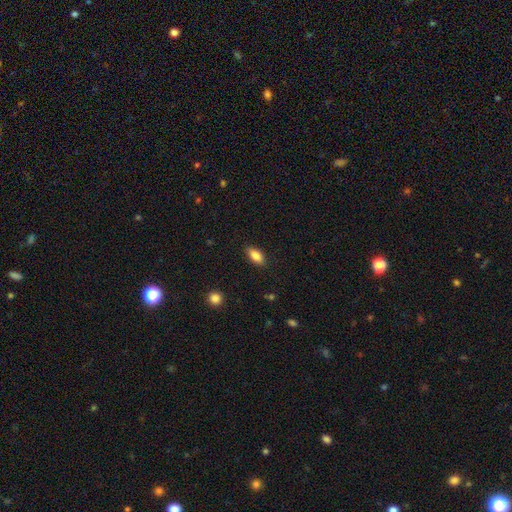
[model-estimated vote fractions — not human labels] The model was most divided on "smooth or featured": smooth: 83%, featured or disk: 9%, star or artifact: 7%. More confident: merging — none (87%); how rounded — in between (86%).